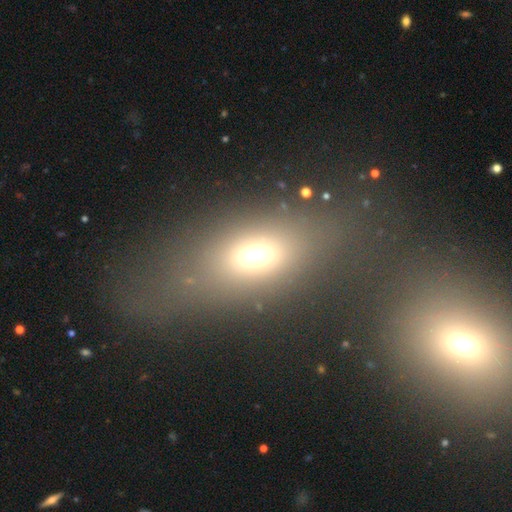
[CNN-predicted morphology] Smooth or featured? smooth (64%)
How rounded? in between (69%)
Merging? none (64%)